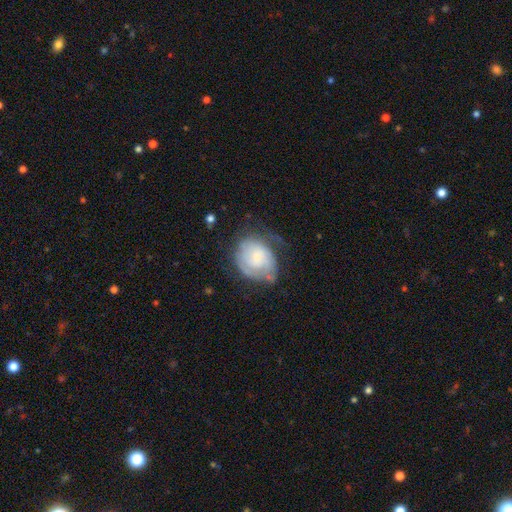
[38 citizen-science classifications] Overall: featured or disk (68%). Edge-on disk: no (100%). Bar: no (62%; weak 31%). Spiral arms: yes (96%). Spiral arm count: can't tell (64%). Spiral winding: tight (68%). Bulge size: small (69%). Merging: none (43%; minor disturbance 37%).